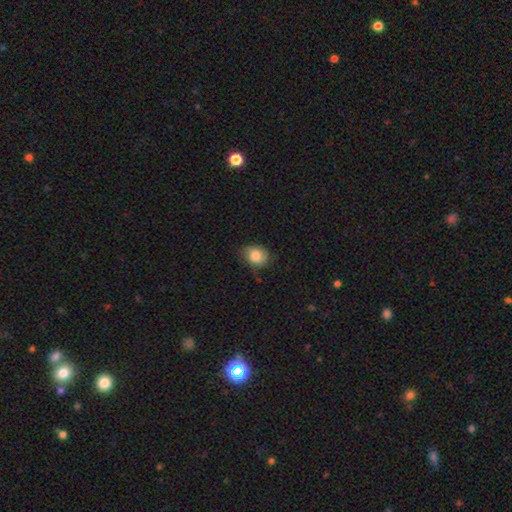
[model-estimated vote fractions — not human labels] Overall: smooth (83%). How rounded: in between (54%; round 45%). Merging: none (71%).